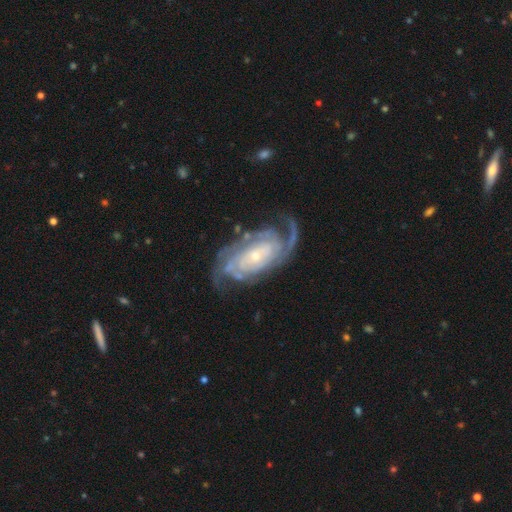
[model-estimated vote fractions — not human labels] A featured or disk galaxy (90%) with no bar (67%), 2 (25%) tight (65%) spiral arms (97%) and a small central bulge (75%).

Vote fractions:
- Smooth or featured? featured or disk: 90% / smooth: 5% / star or artifact: 5%
- Edge-on disk? no: 96% / yes: 4%
- Bar? no: 67% / weak: 22% / strong: 11%
- Spiral arms? yes: 97% / no: 3%
- Spiral winding? tight: 65% / medium: 28% / loose: 7%
- Spiral arm count? 2: 25% / can't tell: 22% / 3: 21% / 4: 18% / more than 4: 8% / 1: 6%
- Bulge size? small: 75% / moderate: 20% / large: 2% / none: 2% / dominant: 1%
- Merging? none: 69% / minor disturbance: 17% / major disturbance: 11% / merger: 2%